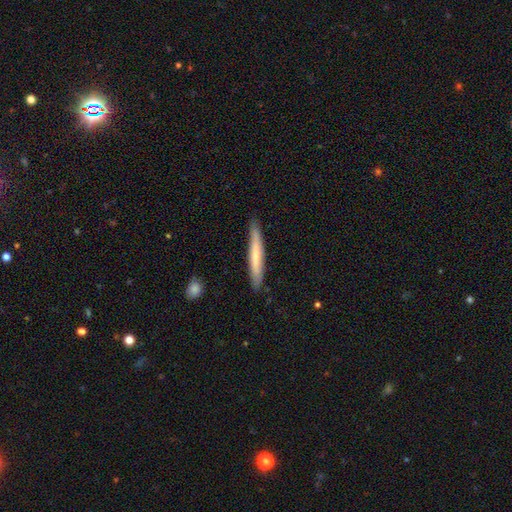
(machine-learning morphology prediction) Q: Smooth or featured?
A: smooth (57%); runner-up: featured or disk (38%)
Q: How rounded?
A: cigar-shaped (95%); runner-up: in between (3%)
Q: Merging?
A: none (88%); runner-up: minor disturbance (9%)